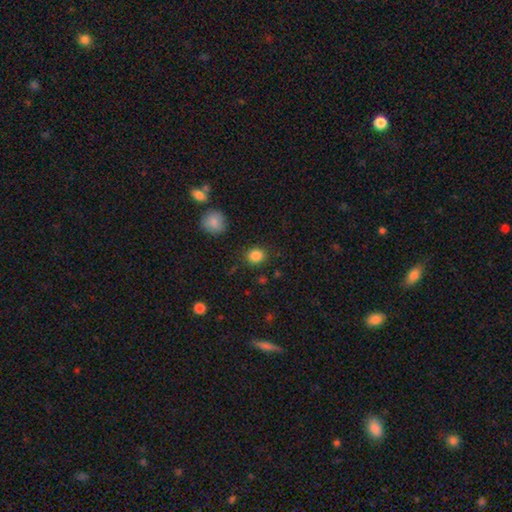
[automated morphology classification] Smooth or featured? smooth (85%)
How rounded? round (75%)
Merging? none (87%)